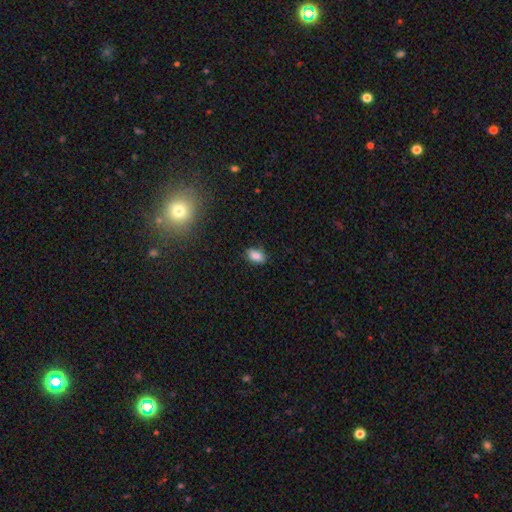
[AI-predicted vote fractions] A smooth galaxy with no disk features (84%) that is in between round and cigar-shaped (86%).

Vote fractions:
- Smooth or featured? smooth: 84% / star or artifact: 10% / featured or disk: 6%
- How rounded? in between: 86% / round: 12% / cigar-shaped: 3%
- Merging? none: 82% / minor disturbance: 14% / major disturbance: 2% / merger: 1%